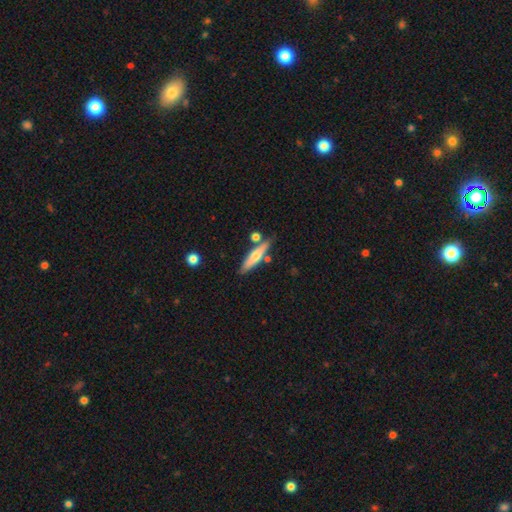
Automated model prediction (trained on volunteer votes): A smooth galaxy with no disk features (54%) that is cigar-shaped (82%). Merging: none (75%).